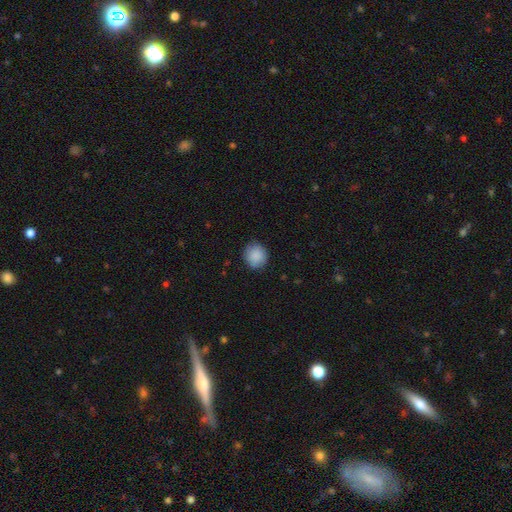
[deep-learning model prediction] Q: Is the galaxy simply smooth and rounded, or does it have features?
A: smooth — 88%.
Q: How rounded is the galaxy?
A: round — 83%.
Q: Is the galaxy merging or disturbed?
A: none — 83%.